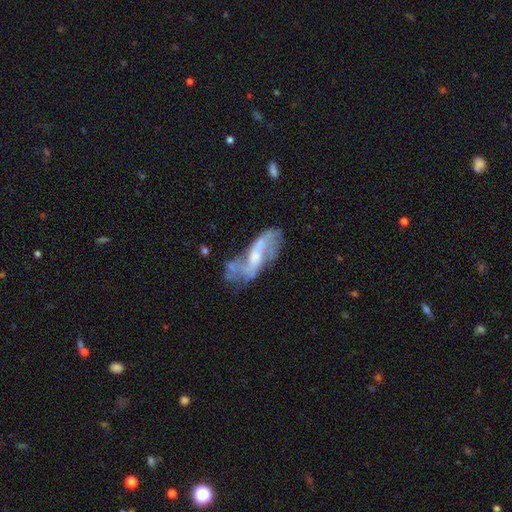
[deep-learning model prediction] A featured or disk galaxy (73%) with no bar (41%), spiral arms (75%) and a moderate central bulge (40%). Merging: none (45%).